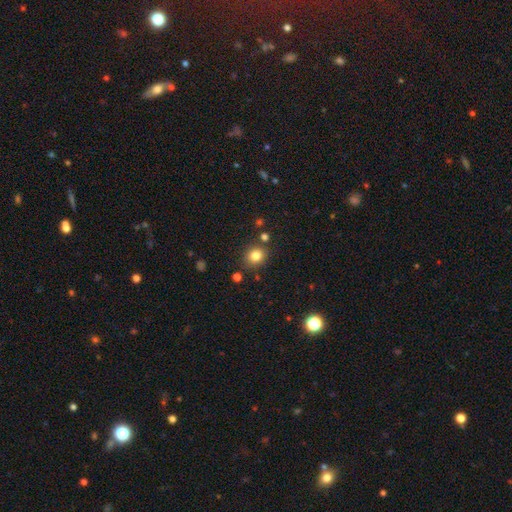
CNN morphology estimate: Q: Smooth or featured?
A: smooth (81%); runner-up: star or artifact (12%)
Q: How rounded?
A: round (66%); runner-up: in between (33%)
Q: Merging?
A: none (81%); runner-up: minor disturbance (11%)